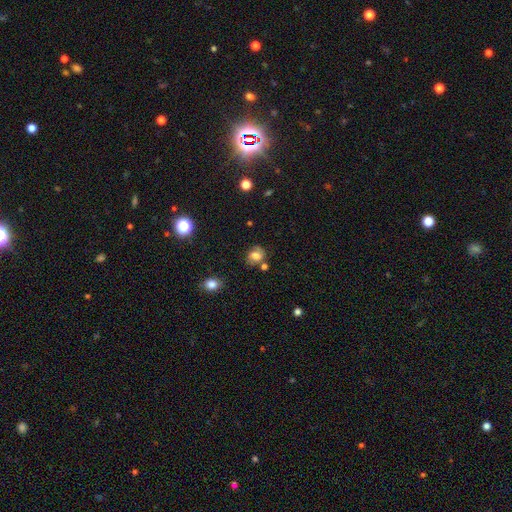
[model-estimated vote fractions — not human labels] A smooth galaxy with no disk features (67%) that is round (55%).

Vote fractions:
- Smooth or featured? smooth: 67% / featured or disk: 20% / star or artifact: 13%
- How rounded? round: 55% / in between: 44% / cigar-shaped: 1%
- Merging? none: 61% / minor disturbance: 21% / merger: 11% / major disturbance: 7%